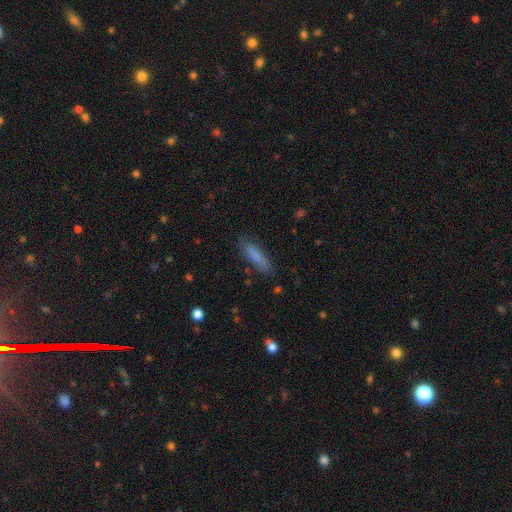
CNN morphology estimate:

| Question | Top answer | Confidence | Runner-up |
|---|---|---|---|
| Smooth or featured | smooth | 79% | featured or disk (14%) |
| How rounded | cigar-shaped | 77% | in between (22%) |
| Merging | none | 81% | minor disturbance (14%) |